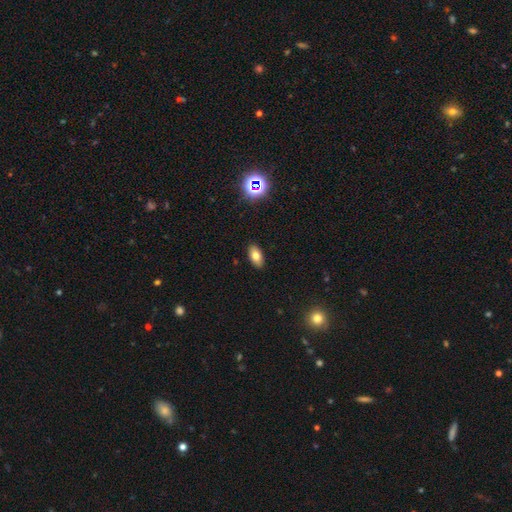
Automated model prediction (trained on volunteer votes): Smooth or featured?
  - smooth: 76% *
  - featured or disk: 12%
  - star or artifact: 11%
How rounded?
  - in between: 91% *
  - round: 5%
  - cigar-shaped: 4%
Merging?
  - none: 89% *
  - minor disturbance: 8%
  - major disturbance: 2%
  - merger: 1%